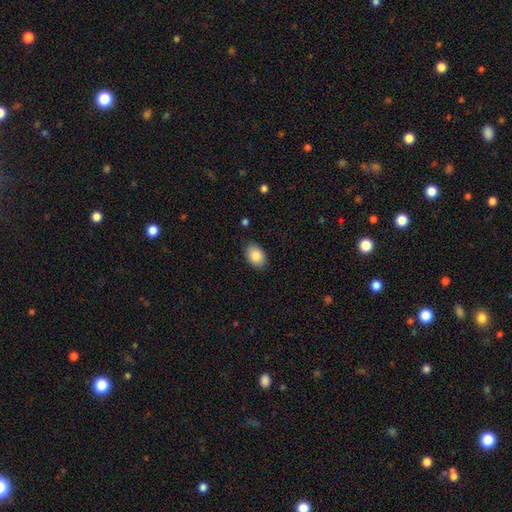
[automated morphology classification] A smooth galaxy with no disk features (87%) that is in between round and cigar-shaped (84%).

Vote fractions:
- Smooth or featured? smooth: 87% / star or artifact: 7% / featured or disk: 6%
- How rounded? in between: 84% / round: 15% / cigar-shaped: 1%
- Merging? none: 85% / minor disturbance: 11% / major disturbance: 2% / merger: 1%